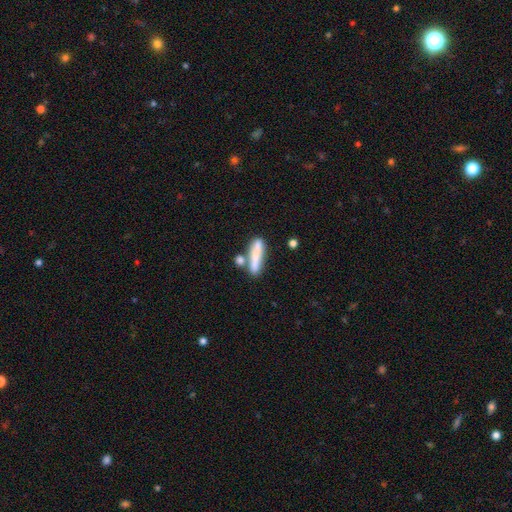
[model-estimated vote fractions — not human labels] smooth_or_featured: smooth (p=0.73) [alt: featured or disk p=0.19]
how_rounded: cigar-shaped (p=0.76) [alt: in between p=0.21]
merging: none (p=0.53) [alt: merger p=0.26]